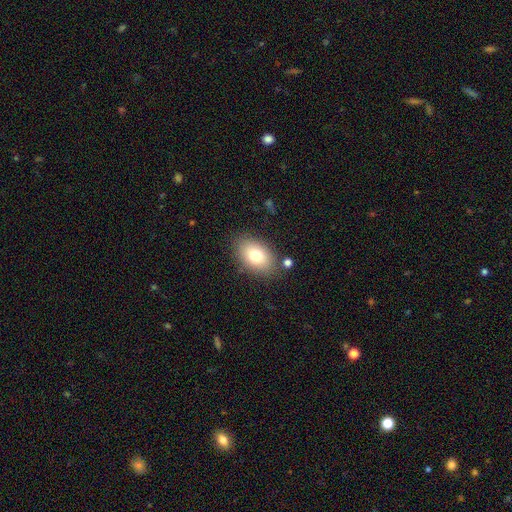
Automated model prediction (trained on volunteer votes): Smooth or featured? smooth (77%)
How rounded? in between (86%)
Merging? none (82%)